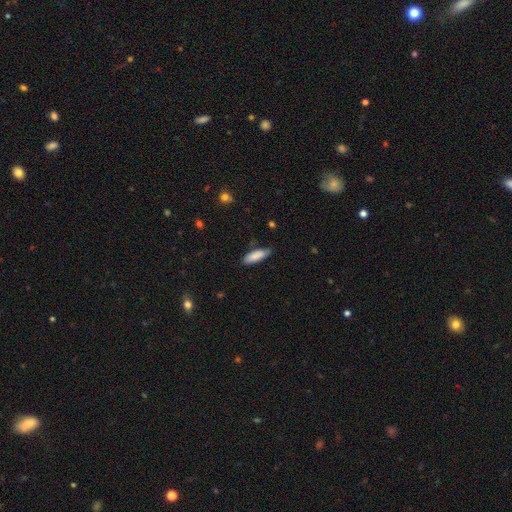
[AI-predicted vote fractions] A smooth galaxy with no disk features (86%) that is in between round and cigar-shaped (58%).

Vote fractions:
- Smooth or featured? smooth: 86% / featured or disk: 8% / star or artifact: 6%
- How rounded? in between: 58% / cigar-shaped: 40% / round: 2%
- Merging? none: 77% / minor disturbance: 18% / major disturbance: 3% / merger: 1%